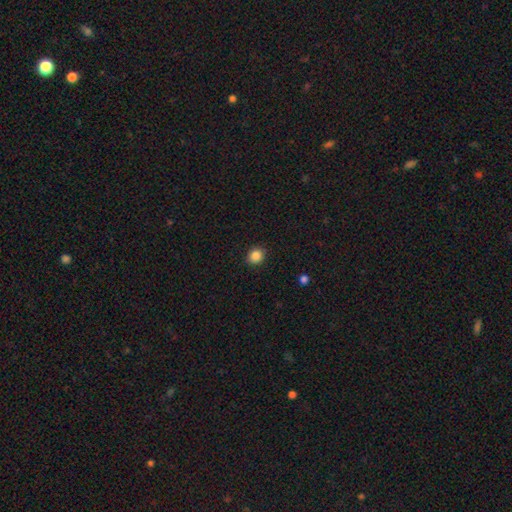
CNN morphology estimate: type=smooth (86%); roundness=round (76%); merging=none (89%).